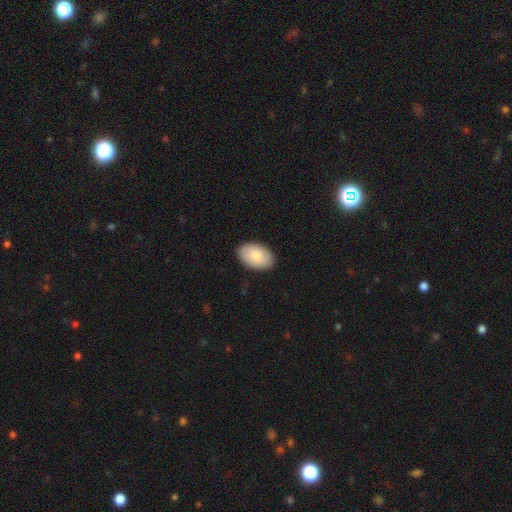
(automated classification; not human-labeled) The model was most divided on "smooth or featured": smooth: 84%, featured or disk: 11%, star or artifact: 5%. More confident: how rounded — in between (92%); merging — none (89%).